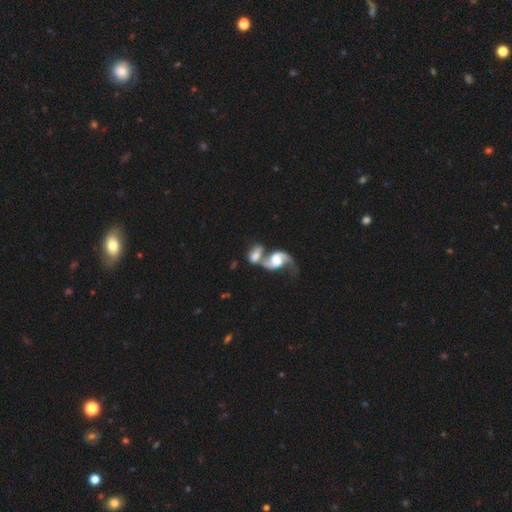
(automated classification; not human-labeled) Smooth or featured: featured or disk — 64% (smooth — 29%)
Edge-on disk: no — 94% (yes — 6%)
Bar: no — 50% (weak — 36%)
Spiral arms: yes — 85% (no — 15%)
Spiral winding: loose — 68% (medium — 25%)
Spiral arm count: 2 — 78% (1 — 13%)
Bulge size: moderate — 34% (large — 30%)
Merging: merger — 72% (none — 15%)